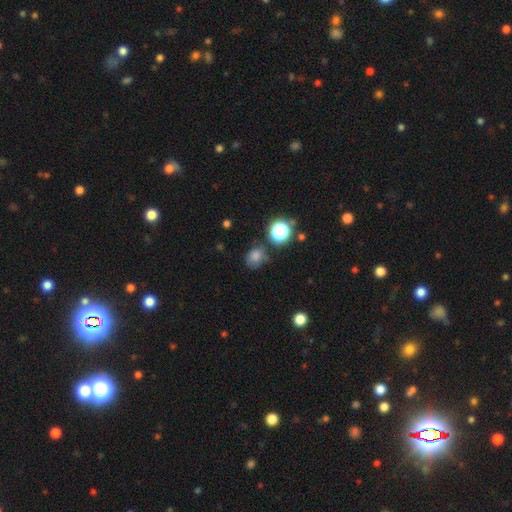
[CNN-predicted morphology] smooth-or-featured: smooth: 57% | star or artifact: 31% | featured or disk: 11%
  how-rounded: round: 75% | in between: 24% | cigar-shaped: 1%
  merging: none: 73% | minor disturbance: 15% | major disturbance: 6% | merger: 5%